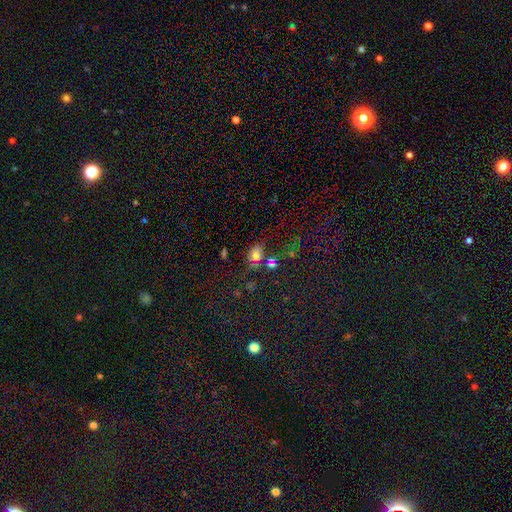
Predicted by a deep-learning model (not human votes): smooth 66%, star or artifact 20%, featured or disk 13%. Down the decision tree: how rounded — in between (67%); merging — none (57%).